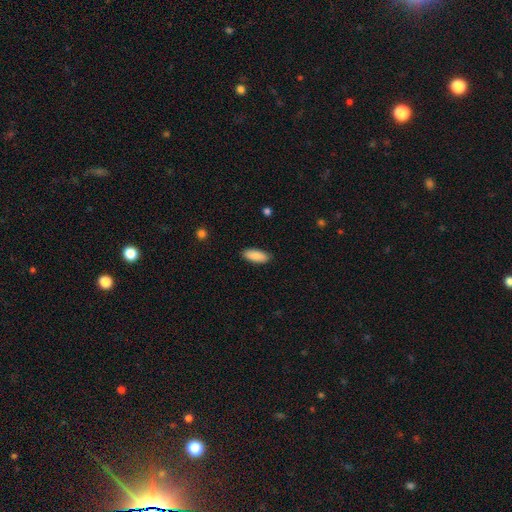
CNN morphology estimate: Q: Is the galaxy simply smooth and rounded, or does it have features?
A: smooth — 89%.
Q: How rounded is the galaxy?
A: in between — 80%.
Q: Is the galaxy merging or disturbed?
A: none — 89%.